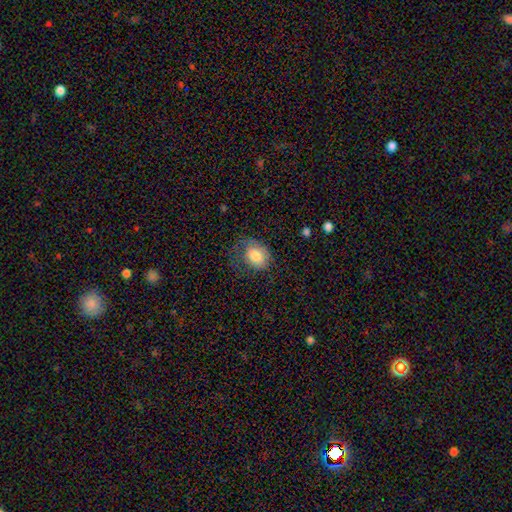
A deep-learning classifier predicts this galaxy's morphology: The model was most divided on "merging": none: 40%, major disturbance: 29%, minor disturbance: 29%, merger: 2%. More confident: smooth or featured — smooth (76%); how rounded — in between (66%).